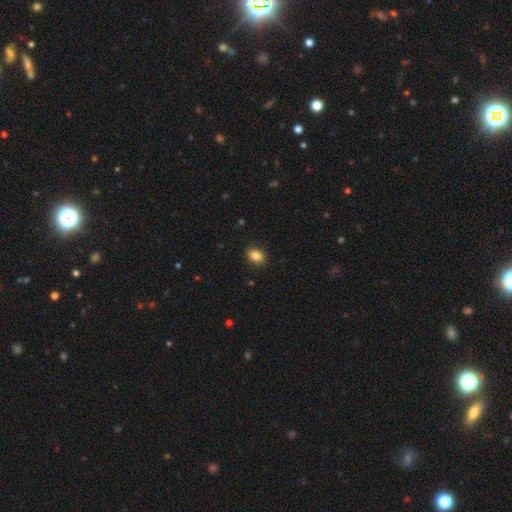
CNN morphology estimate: Overall: smooth (85%). How rounded: in between (64%; round 35%). Merging: none (89%).